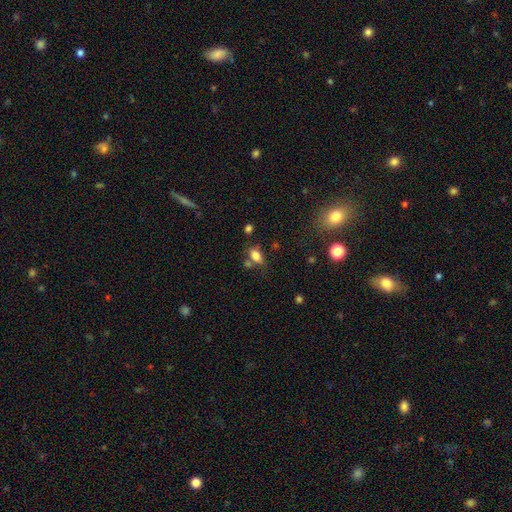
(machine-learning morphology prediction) The model was most divided on "merging": none: 59%, minor disturbance: 18%, merger: 17%, major disturbance: 7%. More confident: how rounded — in between (86%); smooth or featured — smooth (80%).